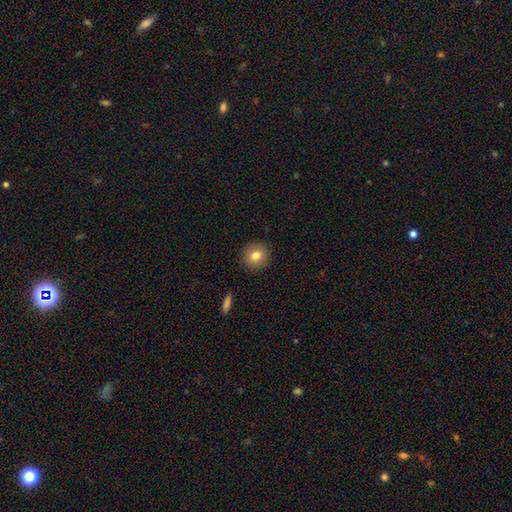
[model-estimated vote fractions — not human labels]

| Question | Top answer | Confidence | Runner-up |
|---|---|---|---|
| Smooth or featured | smooth | 79% | featured or disk (12%) |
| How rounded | round | 92% | in between (7%) |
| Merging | none | 91% | minor disturbance (6%) |